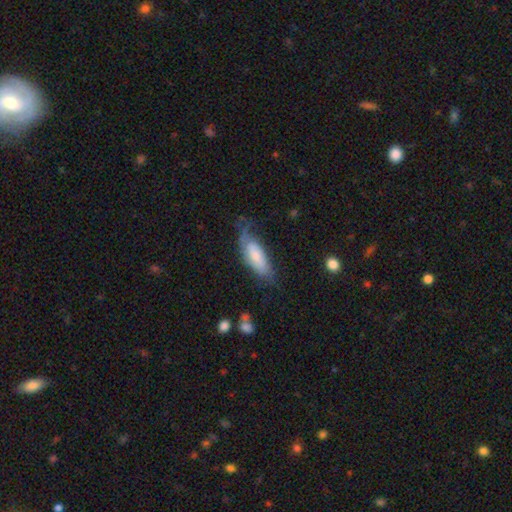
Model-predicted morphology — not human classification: The model was most divided on "merging": none: 45%, minor disturbance: 33%, major disturbance: 19%, merger: 3%. More confident: how rounded — in between (74%); smooth or featured — smooth (62%).